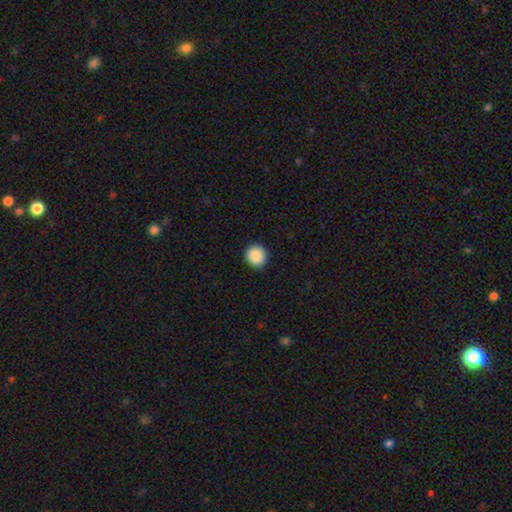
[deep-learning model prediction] Smooth or featured? smooth (89%)
How rounded? round (92%)
Merging? none (92%)